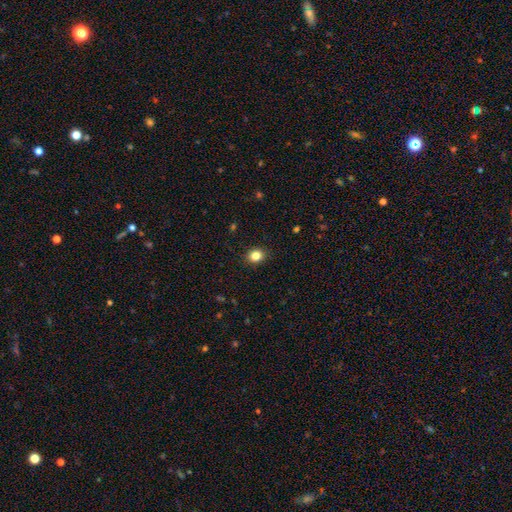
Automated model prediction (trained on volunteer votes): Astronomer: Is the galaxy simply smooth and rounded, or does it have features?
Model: smooth — 84%.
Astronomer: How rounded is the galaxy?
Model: round — 66%.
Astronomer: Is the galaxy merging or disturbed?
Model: none — 90%.